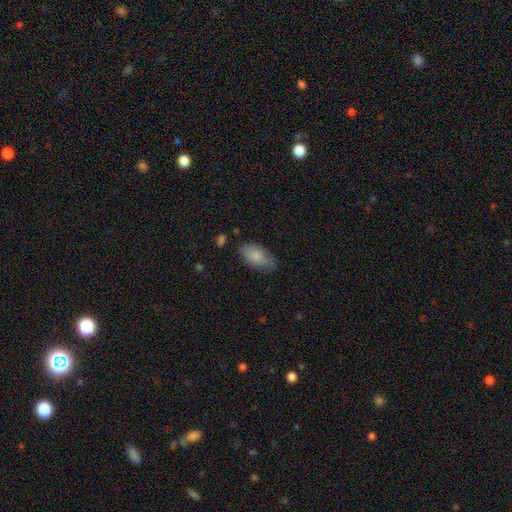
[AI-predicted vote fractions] smooth_or_featured: smooth (p=0.83) [alt: featured or disk p=0.11]
how_rounded: in between (p=0.92) [alt: cigar-shaped p=0.05]
merging: none (p=0.71) [alt: minor disturbance p=0.22]